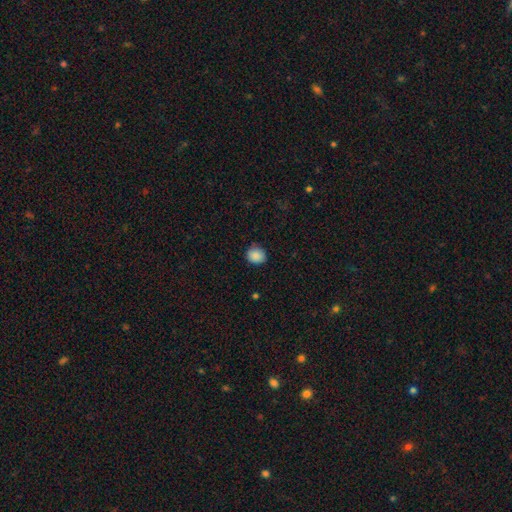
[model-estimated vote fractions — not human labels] Smooth or featured?
  - smooth: 88% *
  - star or artifact: 8%
  - featured or disk: 4%
How rounded?
  - round: 78% *
  - in between: 21%
  - cigar-shaped: 1%
Merging?
  - none: 82% *
  - minor disturbance: 14%
  - major disturbance: 3%
  - merger: 1%